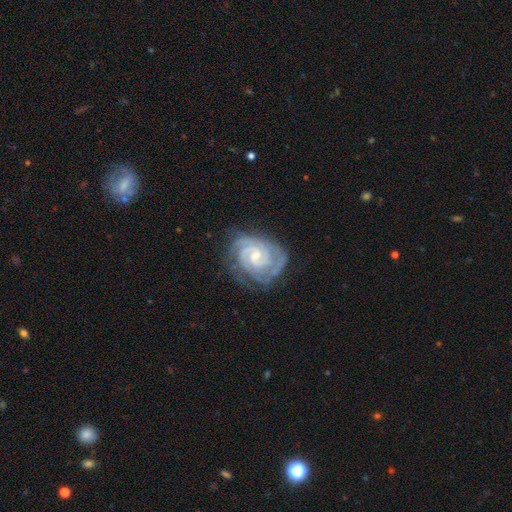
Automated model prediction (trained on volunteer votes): smooth_or_featured: featured or disk (p=0.92) [alt: star or artifact p=0.04]
disk_edge_on: no (p=0.98) [alt: yes p=0.02]
bar: weak (p=0.48) [alt: no p=0.41]
has_spiral_arms: yes (p=0.98) [alt: no p=0.02]
spiral_winding: tight (p=0.76) [alt: medium p=0.22]
spiral_arm_count: 2 (p=0.42) [alt: 3 p=0.29]
bulge_size: small (p=0.60) [alt: moderate p=0.34]
merging: none (p=0.73) [alt: minor disturbance p=0.19]